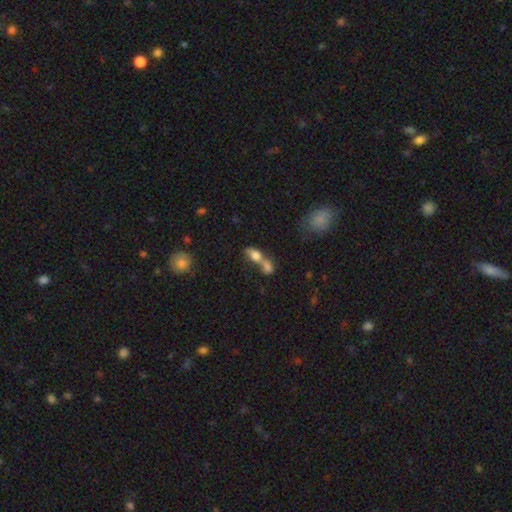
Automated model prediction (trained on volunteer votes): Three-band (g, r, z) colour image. It shows a smooth galaxy with no disk features (69%) that is in between round and cigar-shaped (71%). Merging: merger (72%).